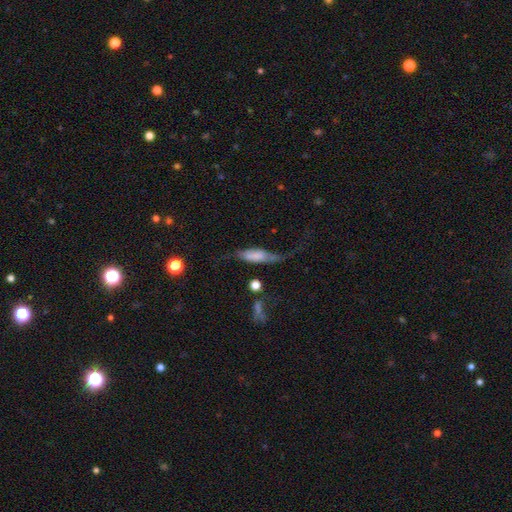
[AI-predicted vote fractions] Q: Smooth or featured?
A: smooth (50%); runner-up: featured or disk (42%)
Q: Merging?
A: none (34%); runner-up: major disturbance (33%)